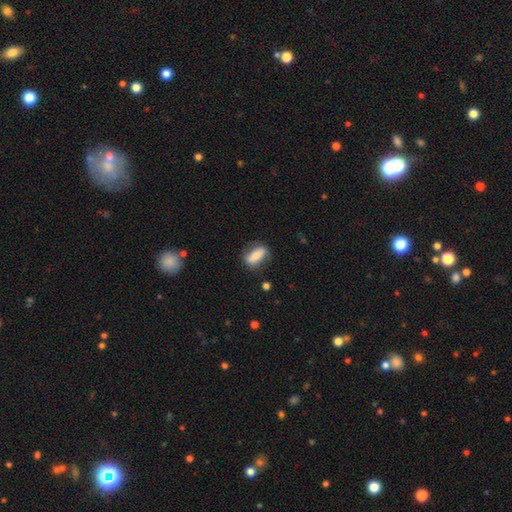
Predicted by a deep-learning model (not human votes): smooth_or_featured: smooth (p=0.65) [alt: featured or disk p=0.28]
how_rounded: in between (p=0.78) [alt: cigar-shaped p=0.15]
merging: none (p=0.73) [alt: minor disturbance p=0.18]